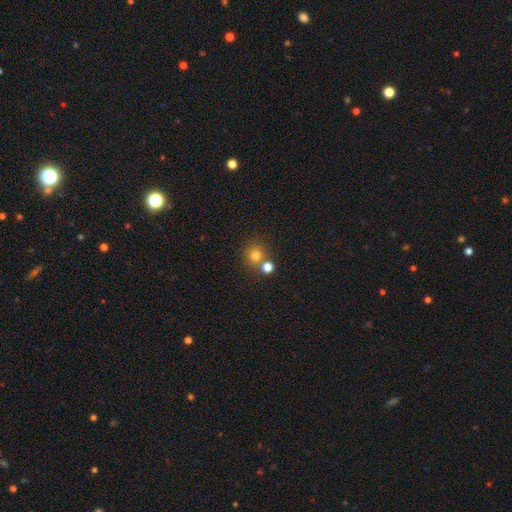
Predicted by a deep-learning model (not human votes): A smooth galaxy with no disk features (77%) that is round (90%). Merging: none (65%).